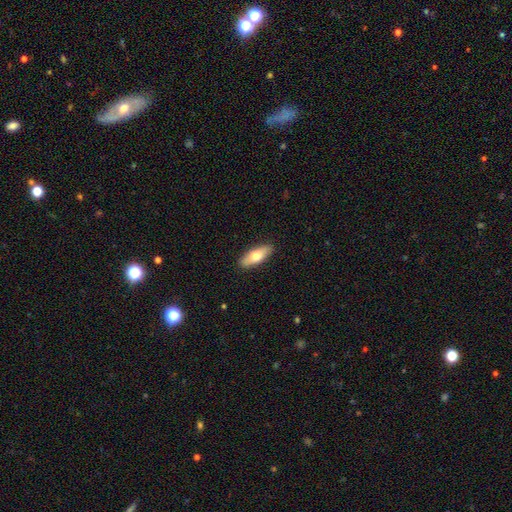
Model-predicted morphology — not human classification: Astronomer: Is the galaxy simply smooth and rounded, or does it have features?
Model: smooth — 66%.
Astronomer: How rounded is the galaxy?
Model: in between — 70%.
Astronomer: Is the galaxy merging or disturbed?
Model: none — 89%.